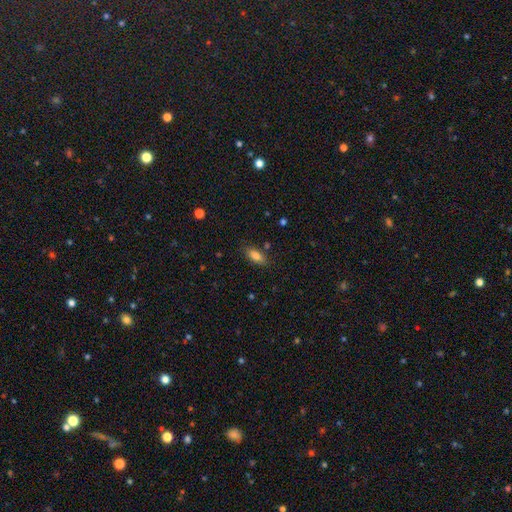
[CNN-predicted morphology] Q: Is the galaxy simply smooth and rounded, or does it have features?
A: smooth — 82%.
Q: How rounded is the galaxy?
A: in between — 85%.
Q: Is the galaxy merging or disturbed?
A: none — 82%.